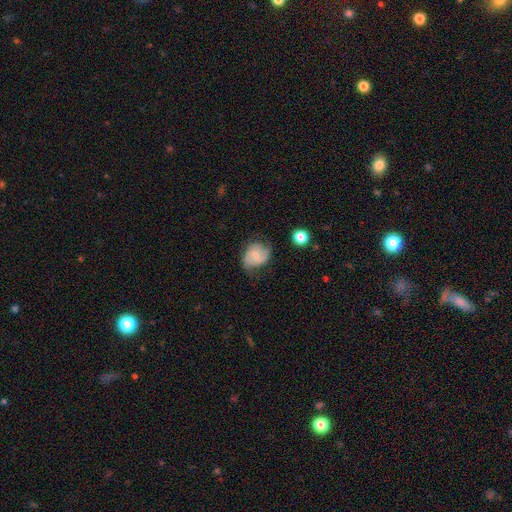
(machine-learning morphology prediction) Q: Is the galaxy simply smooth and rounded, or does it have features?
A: featured or disk — 59%.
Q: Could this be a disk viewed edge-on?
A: no — 97%.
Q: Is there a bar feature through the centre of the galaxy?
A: no — 51%.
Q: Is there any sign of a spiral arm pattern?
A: yes — 87%.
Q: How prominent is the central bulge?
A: small — 50%.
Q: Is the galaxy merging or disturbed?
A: none — 58%.